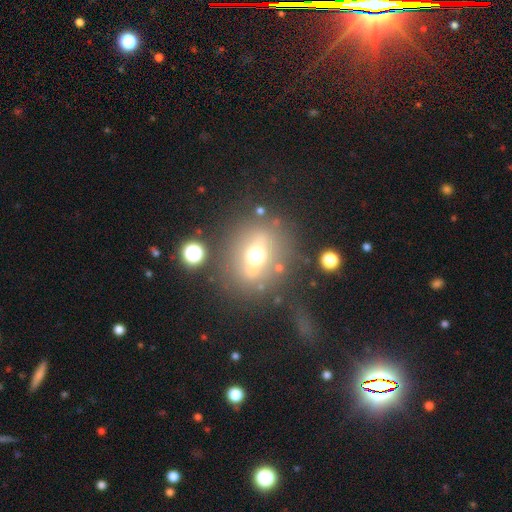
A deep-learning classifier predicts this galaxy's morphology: This appears to be a smooth galaxy with no disk features (53%) that is round (76%). Merging: none (61%).